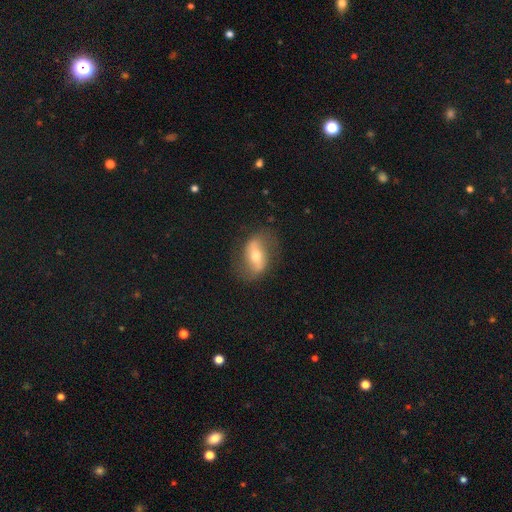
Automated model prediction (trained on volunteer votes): A featured or disk galaxy (64%) with a strong bar (45%), spiral arms (73%) and a moderate central bulge (66%). Merging: none (76%).